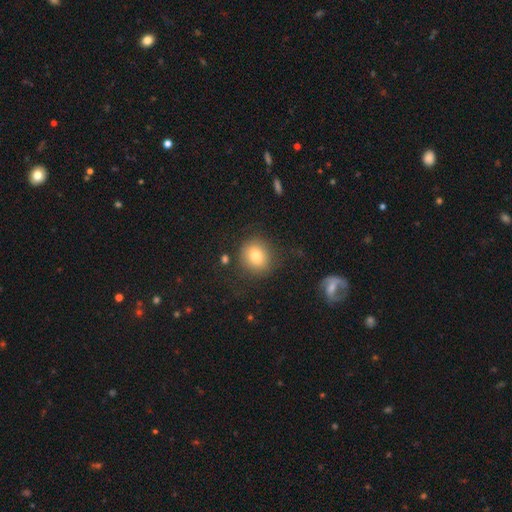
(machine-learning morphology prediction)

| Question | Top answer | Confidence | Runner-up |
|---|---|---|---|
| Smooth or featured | smooth | 80% | featured or disk (10%) |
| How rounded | round | 76% | in between (23%) |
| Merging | none | 81% | minor disturbance (12%) |